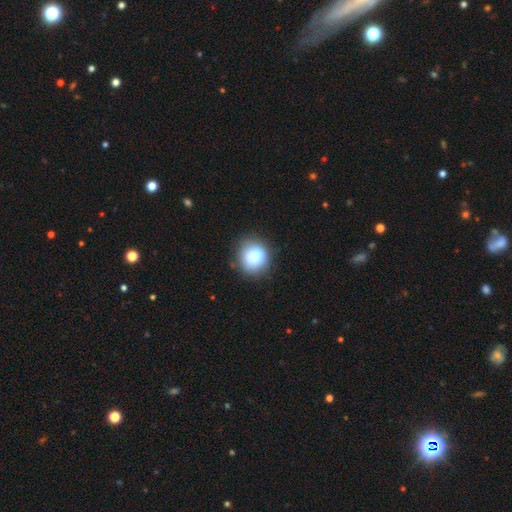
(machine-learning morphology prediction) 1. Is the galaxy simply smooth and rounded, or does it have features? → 80% smooth, 11% star or artifact, 10% featured or disk.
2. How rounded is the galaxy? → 83% round, 16% in between, 1% cigar-shaped.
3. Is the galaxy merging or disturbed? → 85% none, 11% minor disturbance, 3% major disturbance, 1% merger.